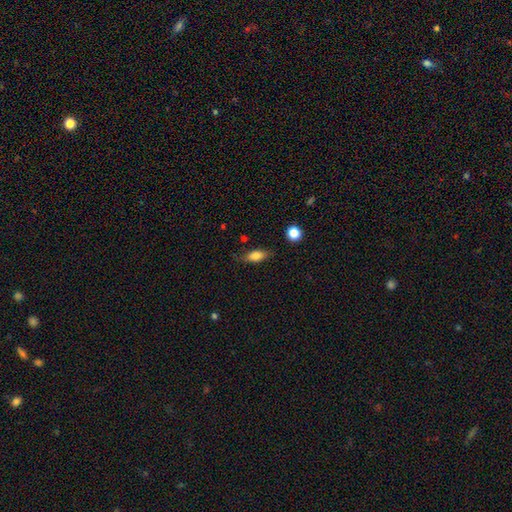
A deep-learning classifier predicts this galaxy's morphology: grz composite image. It shows a smooth galaxy with no disk features (80%) that is in between round and cigar-shaped (79%). Merging: none (75%).